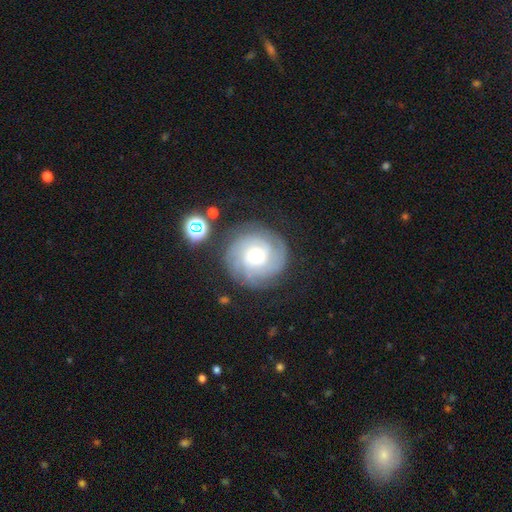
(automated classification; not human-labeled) featured or disk 78%, smooth 14%, star or artifact 8%. Down the decision tree: edge-on disk — no (98%); bar — no (73%); spiral arms — yes (95%); spiral arm count — can't tell (31%); spiral winding — tight (76%); bulge size — moderate (54%); merging — none (82%).